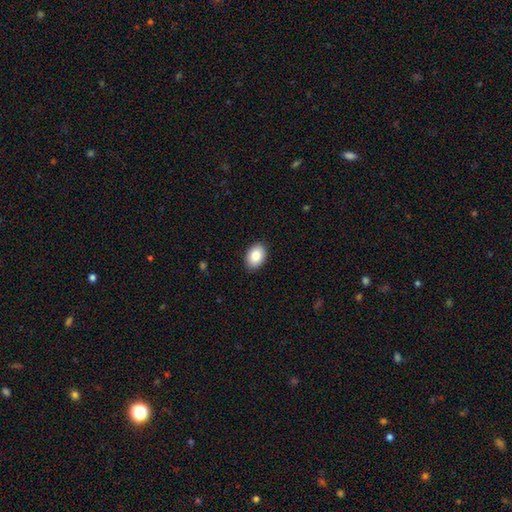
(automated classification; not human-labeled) Smooth or featured: smooth — 87% (star or artifact — 7%)
How rounded: in between — 84% (round — 15%)
Merging: none — 89% (minor disturbance — 8%)